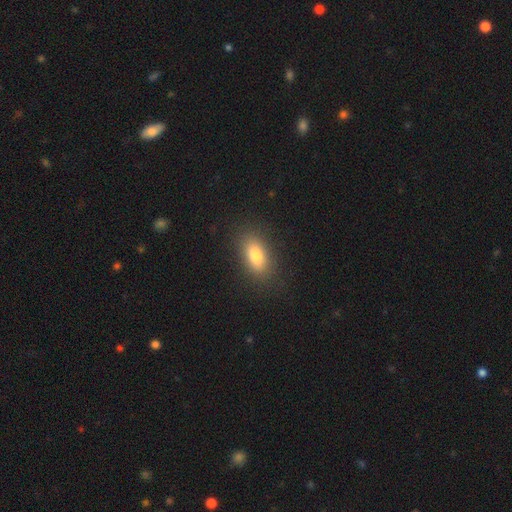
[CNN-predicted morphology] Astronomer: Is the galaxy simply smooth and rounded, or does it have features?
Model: smooth — 80%.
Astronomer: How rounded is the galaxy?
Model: in between — 86%.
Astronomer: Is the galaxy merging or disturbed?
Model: none — 87%.